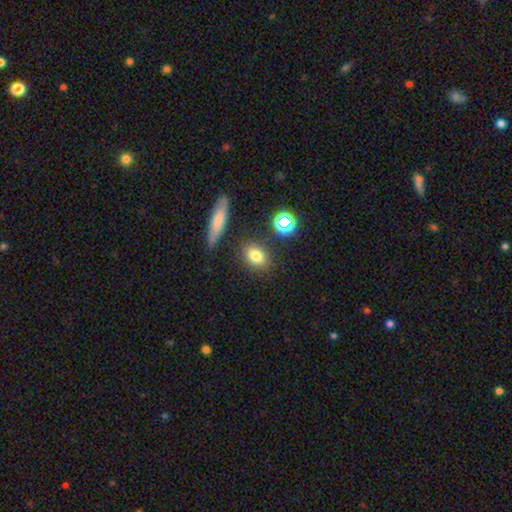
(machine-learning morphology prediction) A smooth galaxy with no disk features (77%) that is in between round and cigar-shaped (58%). Merging: none (82%).